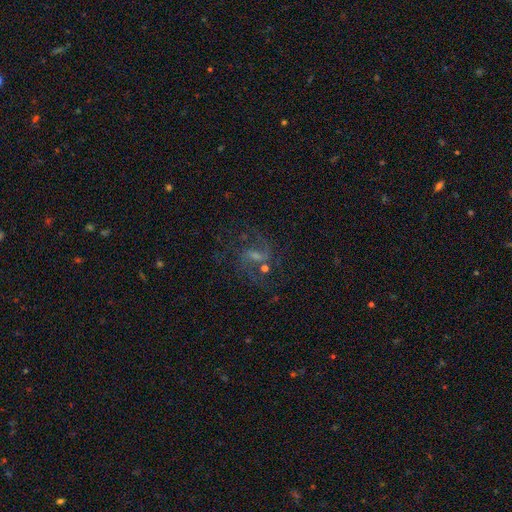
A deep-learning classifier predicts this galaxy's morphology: featured or disk 76%, star or artifact 13%, smooth 11%. Down the decision tree: edge-on disk — no (97%); bar — weak (56%); spiral arms — yes (93%); spiral arm count — 2 (81%); spiral winding — medium (49%); bulge size — small (39%); merging — none (63%).